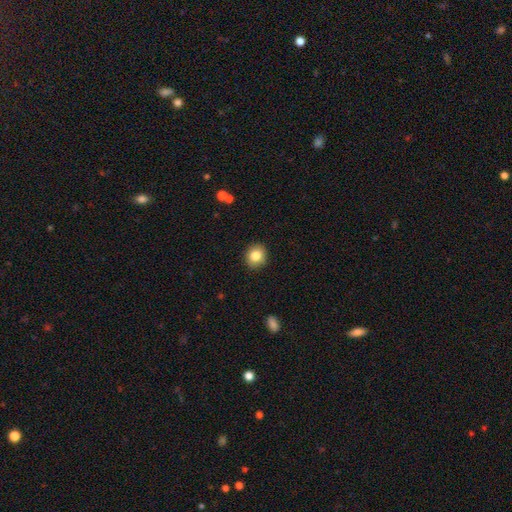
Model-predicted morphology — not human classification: A smooth galaxy with no disk features (83%) that is round (77%).

Vote fractions:
- Smooth or featured? smooth: 83% / star or artifact: 9% / featured or disk: 7%
- How rounded? round: 77% / in between: 22% / cigar-shaped: 1%
- Merging? none: 89% / minor disturbance: 8% / major disturbance: 2% / merger: 1%